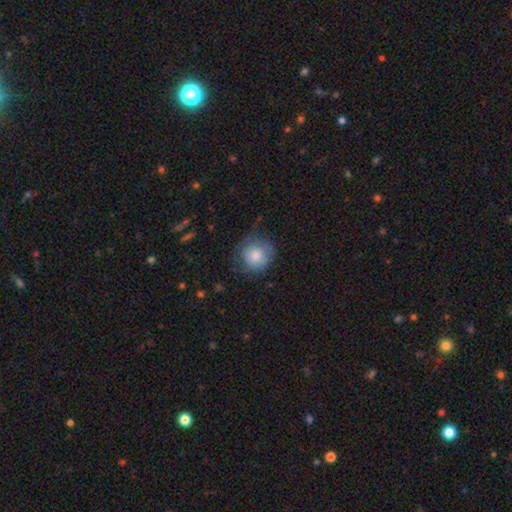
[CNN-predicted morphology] Overall: smooth (69%). How rounded: round (91%). Merging: none (68%).